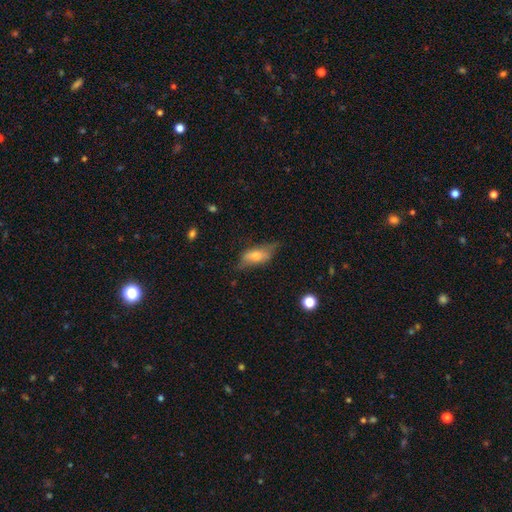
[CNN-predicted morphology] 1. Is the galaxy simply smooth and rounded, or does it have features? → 59% smooth, 33% featured or disk, 8% star or artifact.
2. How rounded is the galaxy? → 74% in between, 23% cigar-shaped, 3% round.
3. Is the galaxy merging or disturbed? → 50% none, 32% minor disturbance, 16% major disturbance, 2% merger.